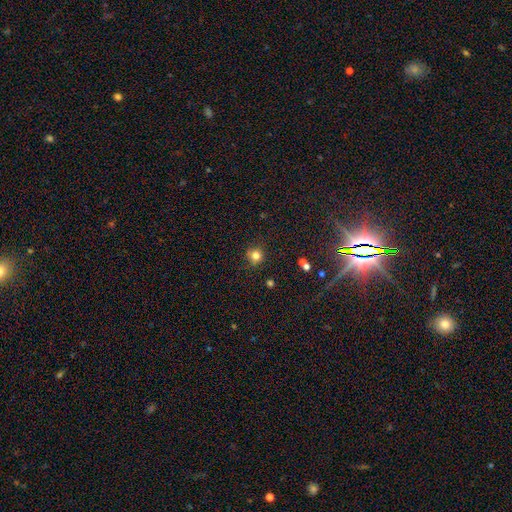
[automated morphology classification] type=smooth (80%); roundness=round (90%); merging=none (81%).